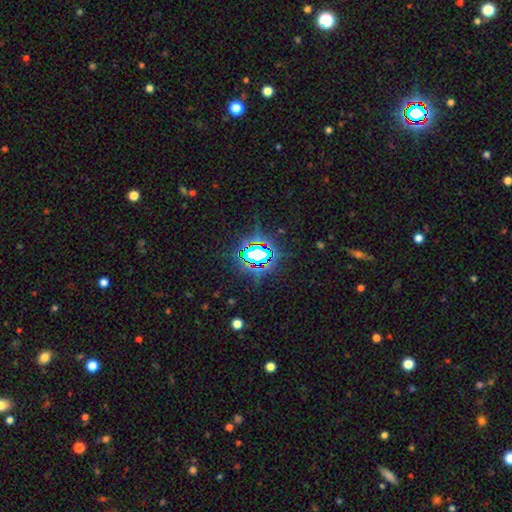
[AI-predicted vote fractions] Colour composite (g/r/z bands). It shows a star or artifact, not a galaxy (76%).